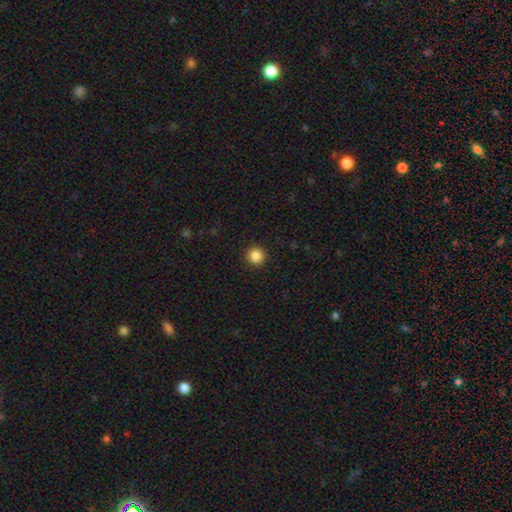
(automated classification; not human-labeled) Smooth or featured: smooth — 87% (star or artifact — 10%)
How rounded: round — 96% (in between — 4%)
Merging: none — 93% (minor disturbance — 5%)